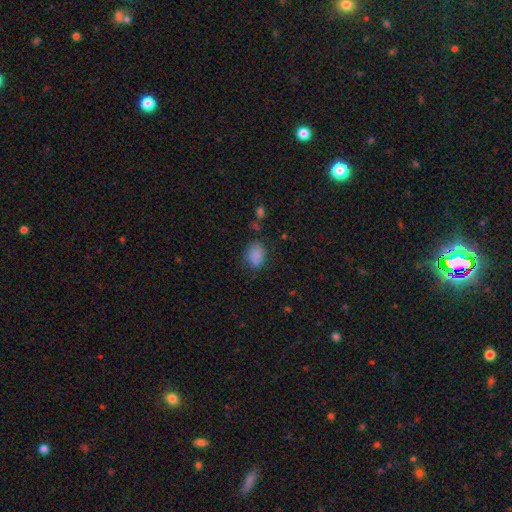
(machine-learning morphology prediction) A smooth galaxy with no disk features (80%) that is in between round and cigar-shaped (63%). Merging: none (63%).